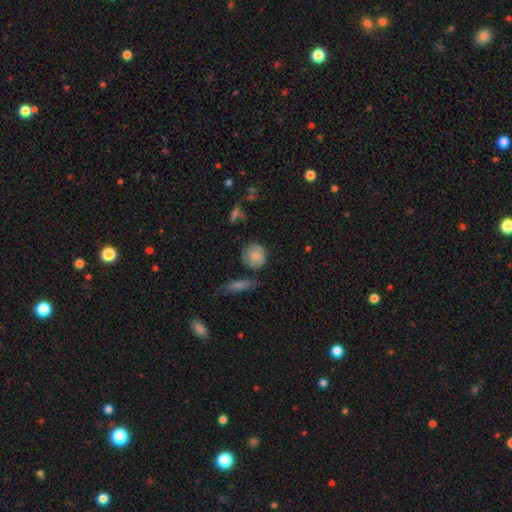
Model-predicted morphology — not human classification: Smooth or featured?
  - smooth: 79% *
  - featured or disk: 13%
  - star or artifact: 8%
How rounded?
  - round: 81% *
  - in between: 17%
  - cigar-shaped: 2%
Merging?
  - none: 64% *
  - minor disturbance: 21%
  - merger: 9%
  - major disturbance: 6%